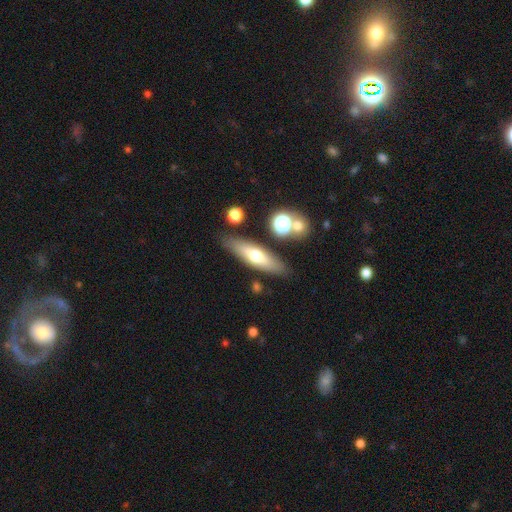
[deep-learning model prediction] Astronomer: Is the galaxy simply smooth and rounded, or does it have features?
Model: smooth — 54% (runner-up: featured or disk, 39%).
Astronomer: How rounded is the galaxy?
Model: cigar-shaped — 58% (runner-up: in between, 39%).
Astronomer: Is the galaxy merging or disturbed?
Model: none — 82%.